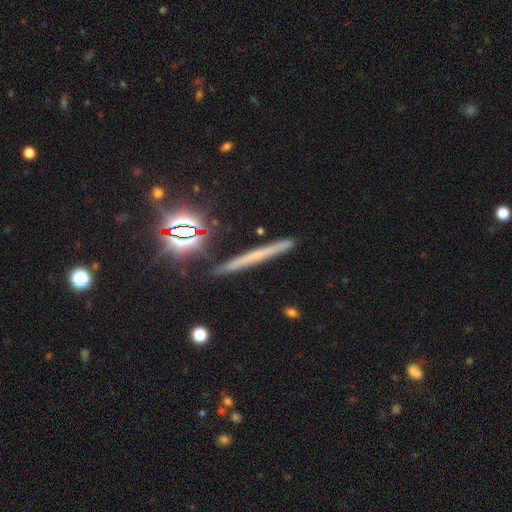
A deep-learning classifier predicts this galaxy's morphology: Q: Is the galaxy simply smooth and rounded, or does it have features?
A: smooth — 39%, tied with featured or disk.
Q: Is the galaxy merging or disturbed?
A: none — 87%.